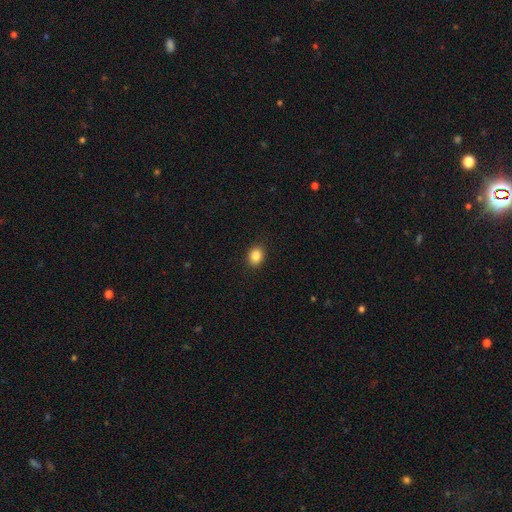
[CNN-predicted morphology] This is clearly a smooth galaxy (86%). How rounded: possibly in between (55%). Merging: clearly none (89%).